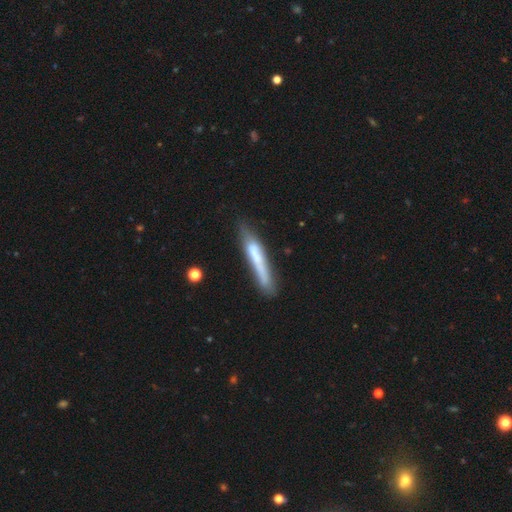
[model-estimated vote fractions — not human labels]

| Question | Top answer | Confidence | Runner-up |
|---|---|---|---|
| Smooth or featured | smooth | 52% | featured or disk (41%) |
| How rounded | cigar-shaped | 92% | in between (6%) |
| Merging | none | 64% | minor disturbance (23%) |